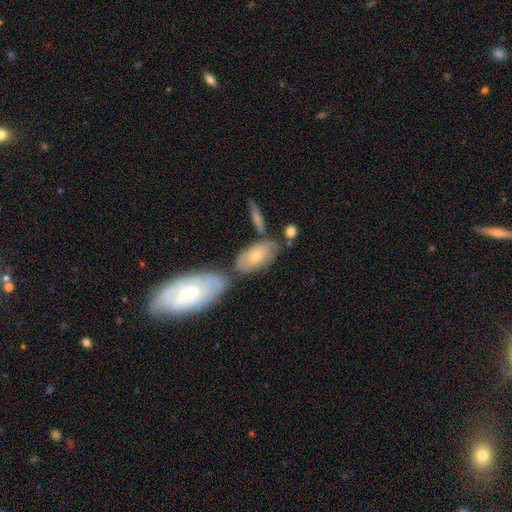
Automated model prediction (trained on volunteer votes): smooth_or_featured: smooth (p=0.62) [alt: featured or disk p=0.31]
how_rounded: in between (p=0.91) [alt: cigar-shaped p=0.05]
merging: none (p=0.52) [alt: merger p=0.22]